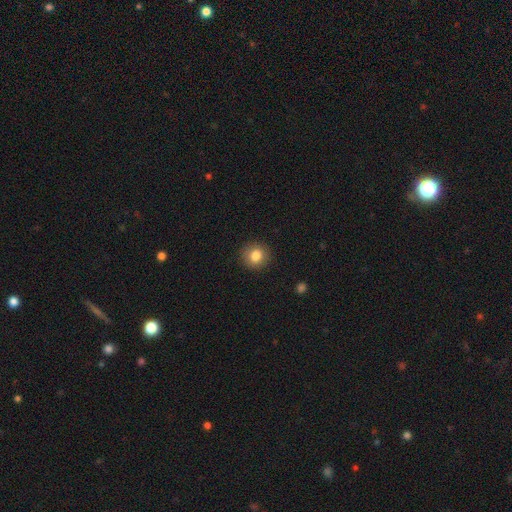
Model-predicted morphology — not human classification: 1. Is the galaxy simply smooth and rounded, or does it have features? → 83% smooth, 10% star or artifact, 7% featured or disk.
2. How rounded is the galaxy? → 89% round, 10% in between, 1% cigar-shaped.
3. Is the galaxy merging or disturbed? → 91% none, 6% minor disturbance, 2% major disturbance, 1% merger.